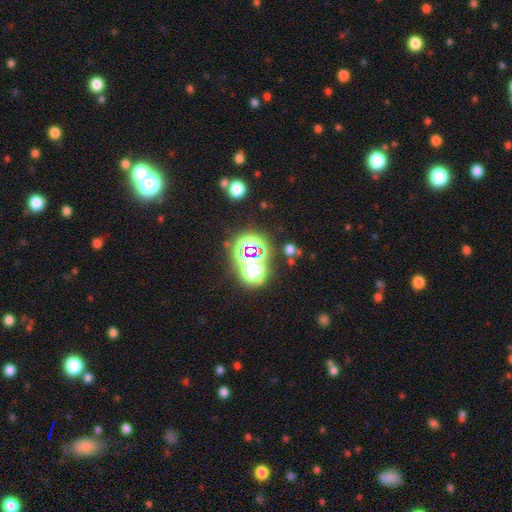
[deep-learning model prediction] Q: Smooth or featured?
A: star or artifact (69%); runner-up: smooth (21%)